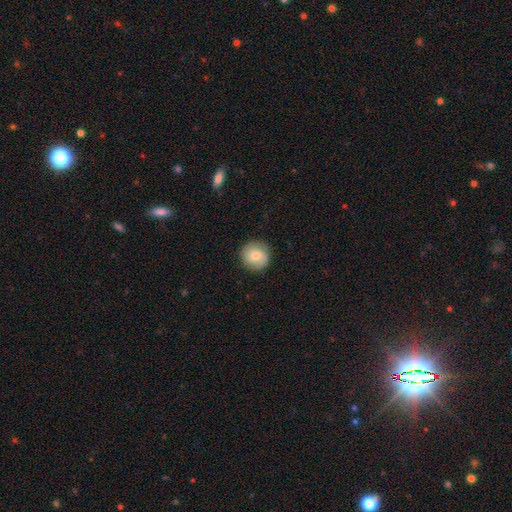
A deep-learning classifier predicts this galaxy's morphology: The model was most divided on "smooth or featured": smooth: 75%, featured or disk: 17%, star or artifact: 8%. More confident: how rounded — round (94%); merging — none (88%).